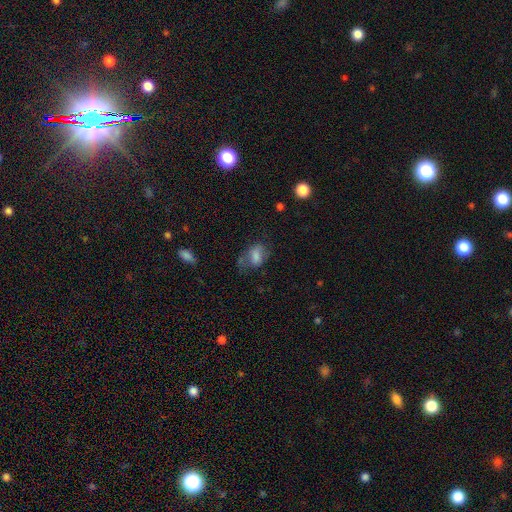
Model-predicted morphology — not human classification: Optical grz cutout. It shows a smooth galaxy with no disk features (67%) that is in between round and cigar-shaped (82%). Merging: none (41%).